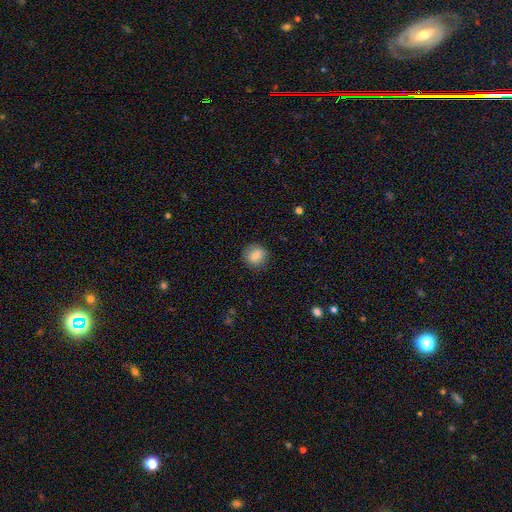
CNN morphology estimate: Smooth or featured? smooth (81%)
How rounded? round (88%)
Merging? none (87%)